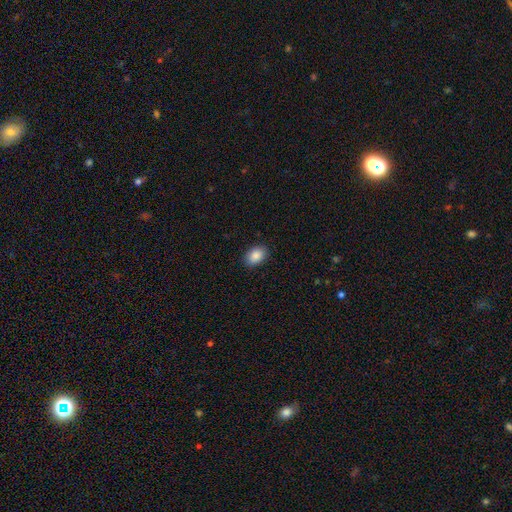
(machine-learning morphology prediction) This is clearly a smooth galaxy (89%). How rounded: clearly in between (85%). Merging: clearly none (89%).